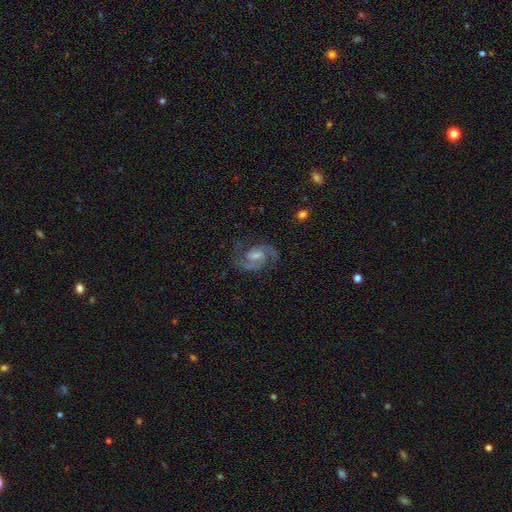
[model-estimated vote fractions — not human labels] A featured or disk galaxy (86%) with a weak bar (55%), 2 (90%) medium (61%) spiral arms (97%) and a moderate central bulge (38%). Merging: none (77%).